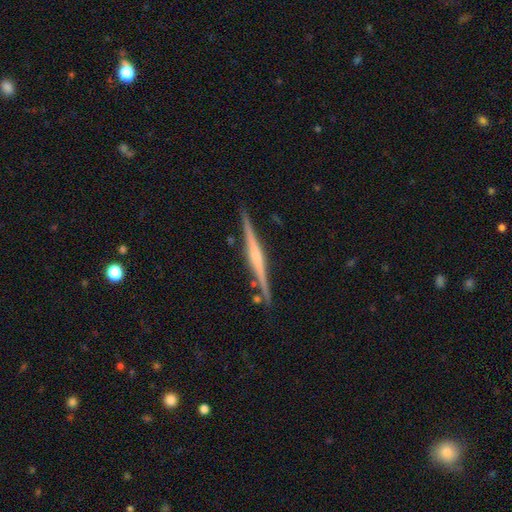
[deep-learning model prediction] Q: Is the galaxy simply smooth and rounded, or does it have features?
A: featured or disk — 78%.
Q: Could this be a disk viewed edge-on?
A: yes — 98%.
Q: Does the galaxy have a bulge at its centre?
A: rounded — 58%.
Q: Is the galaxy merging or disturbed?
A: none — 88%.